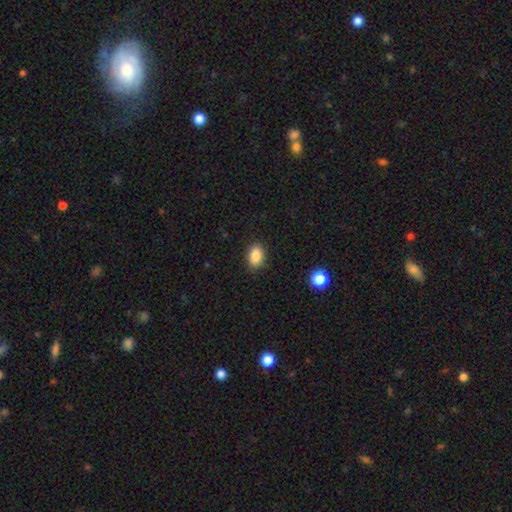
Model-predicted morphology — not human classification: smooth-or-featured: smooth: 87% | star or artifact: 9% | featured or disk: 4%
  how-rounded: in between: 84% | round: 15% | cigar-shaped: 1%
  merging: none: 88% | minor disturbance: 9% | major disturbance: 2% | merger: 1%